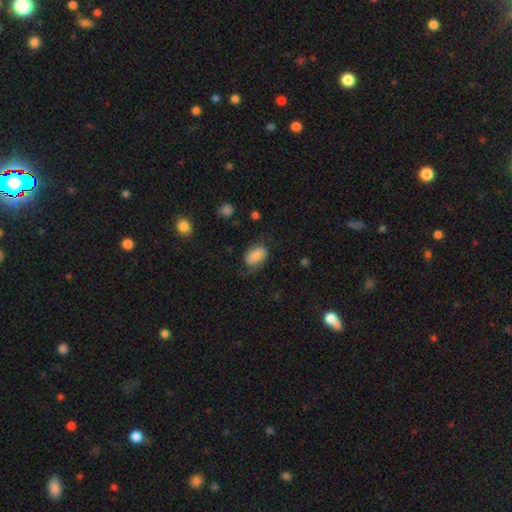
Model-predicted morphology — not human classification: Smooth or featured: smooth — 67% (featured or disk — 25%)
How rounded: in between — 88% (round — 11%)
Merging: none — 52% (minor disturbance — 26%)